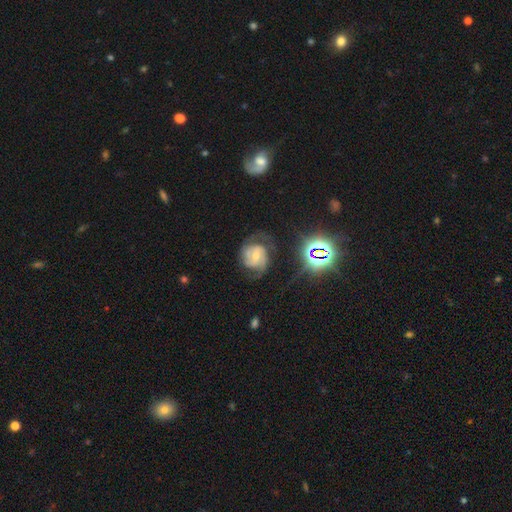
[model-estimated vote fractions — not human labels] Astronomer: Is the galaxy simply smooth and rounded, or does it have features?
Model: featured or disk — 79%.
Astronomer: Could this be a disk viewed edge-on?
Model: no — 98%.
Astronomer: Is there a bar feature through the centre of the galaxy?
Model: no — 53% (runner-up: weak, 36%).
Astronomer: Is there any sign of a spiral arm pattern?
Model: yes — 94%.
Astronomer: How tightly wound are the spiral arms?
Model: tight — 45% (runner-up: medium, 42%).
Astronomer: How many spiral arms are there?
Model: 2 — 58%.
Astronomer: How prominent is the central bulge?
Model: small — 48% (runner-up: moderate, 45%).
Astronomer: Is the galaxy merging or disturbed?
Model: none — 59%.